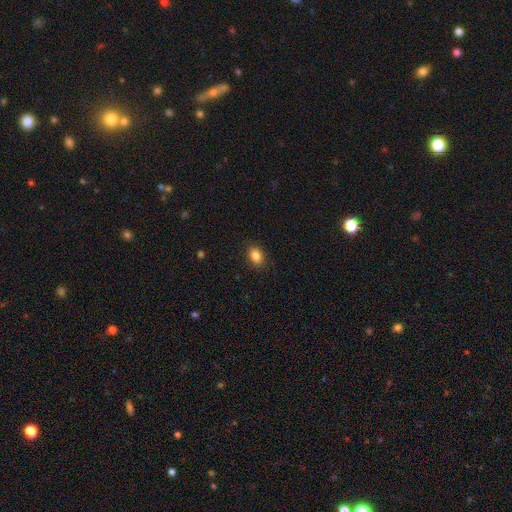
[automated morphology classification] Smooth or featured: smooth — 87% (star or artifact — 9%)
How rounded: in between — 79% (round — 20%)
Merging: none — 87% (minor disturbance — 9%)